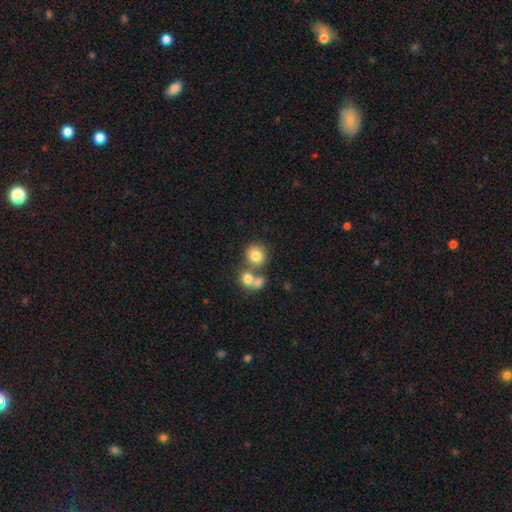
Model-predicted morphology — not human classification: Smooth or featured? Predicted: smooth (p=0.77). How rounded? Predicted: round (p=0.87). Merging? Predicted: none (p=0.55).